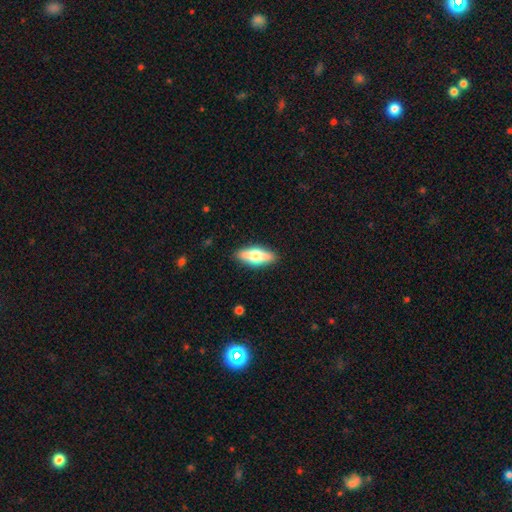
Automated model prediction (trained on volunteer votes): Morphology: type=smooth (52%); roundness=in between (65%); merging=none (89%).